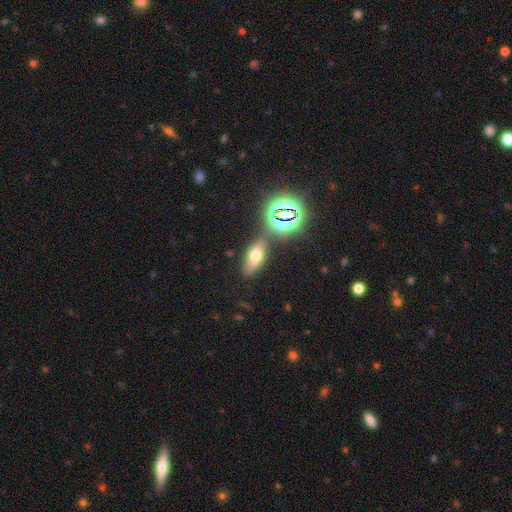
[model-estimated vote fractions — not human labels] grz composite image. It shows a smooth galaxy with no disk features (56%) that is in between round and cigar-shaped (74%). Merging: none (71%).